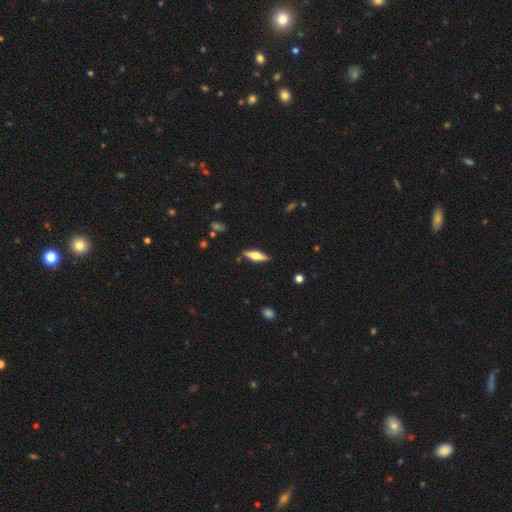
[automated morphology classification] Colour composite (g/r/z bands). It shows a featured or disk galaxy (51%) viewed edge-on (94%). Merging: none (87%).